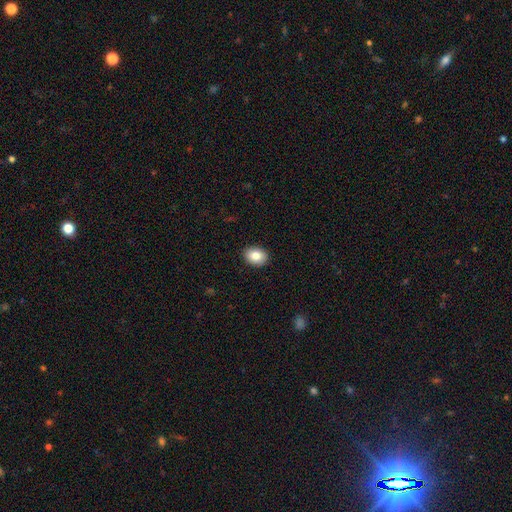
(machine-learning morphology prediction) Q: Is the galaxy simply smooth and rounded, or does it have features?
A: smooth — 84%.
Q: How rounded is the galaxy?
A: in between — 68%.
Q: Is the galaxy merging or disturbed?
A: none — 90%.